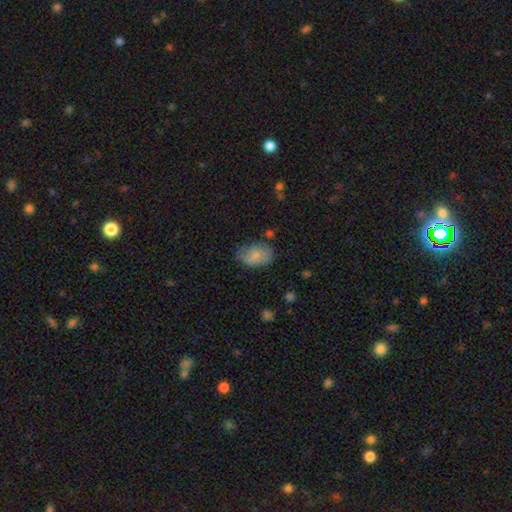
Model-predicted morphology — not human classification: type=smooth (76%); roundness=in between (87%); merging=none (59%).